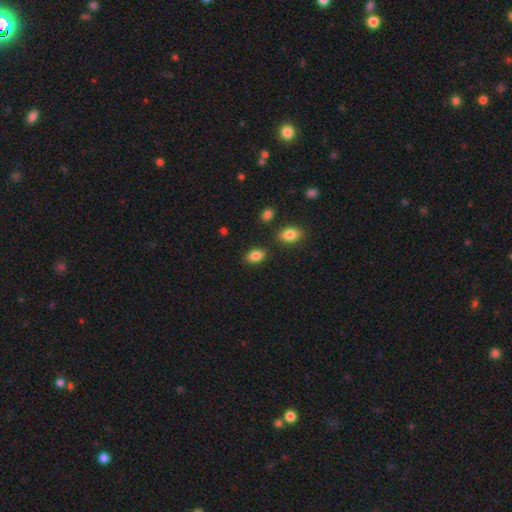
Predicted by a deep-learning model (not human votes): Smooth or featured?
  - smooth: 86% *
  - star or artifact: 8%
  - featured or disk: 6%
How rounded?
  - in between: 88% *
  - round: 10%
  - cigar-shaped: 2%
Merging?
  - none: 82% *
  - minor disturbance: 11%
  - merger: 4%
  - major disturbance: 3%